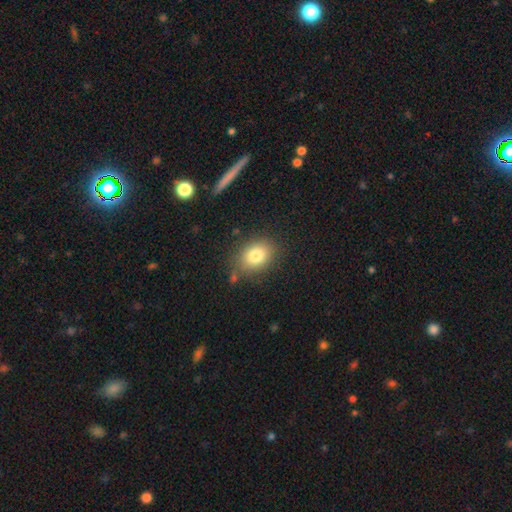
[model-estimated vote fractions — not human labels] Smooth or featured: smooth — 80% (featured or disk — 10%)
How rounded: in between — 64% (round — 34%)
Merging: none — 79% (minor disturbance — 14%)